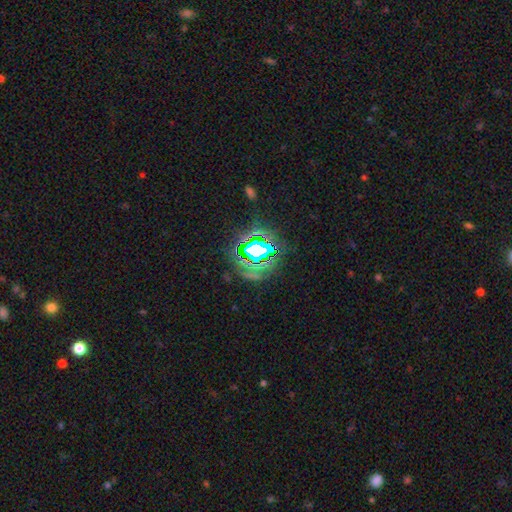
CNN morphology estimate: This is likely a star or artifact rather than a galaxy (72%).